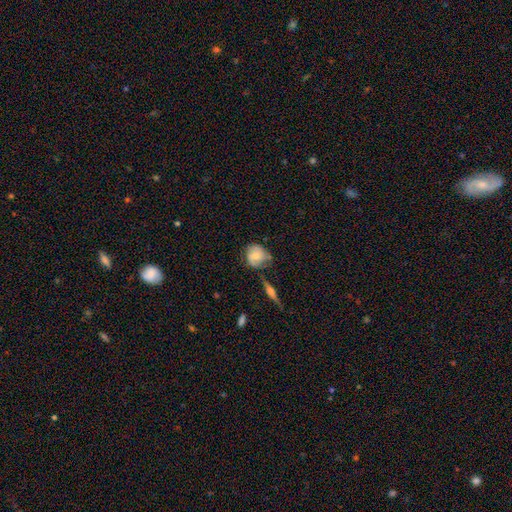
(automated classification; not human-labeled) Smooth or featured: smooth — 59% (featured or disk — 33%)
How rounded: round — 75% (in between — 23%)
Merging: none — 55% (minor disturbance — 30%)